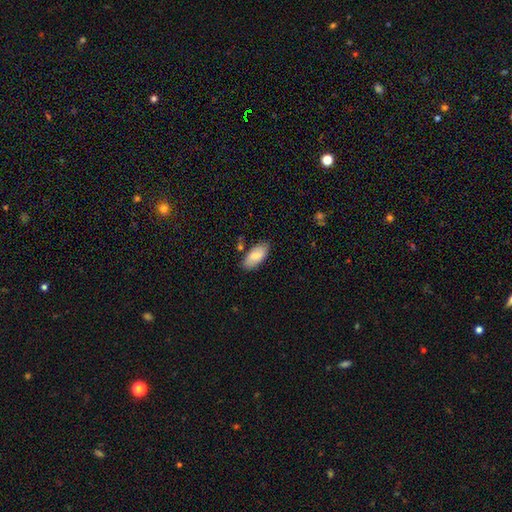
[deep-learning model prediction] Smooth or featured: smooth — 81% (featured or disk — 13%)
How rounded: in between — 91% (cigar-shaped — 7%)
Merging: none — 79% (minor disturbance — 15%)